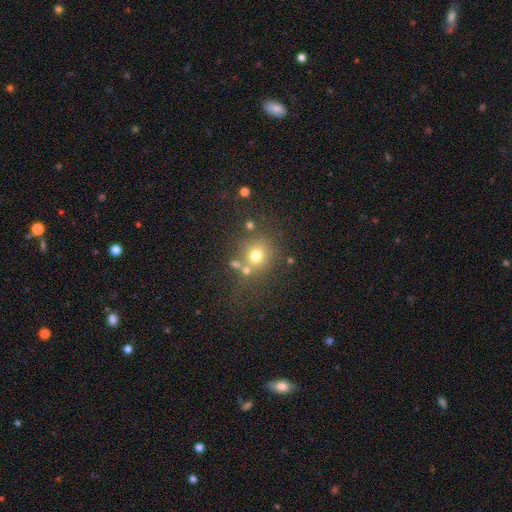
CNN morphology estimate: type=smooth (69%); roundness=round (85%); merging=none (67%).